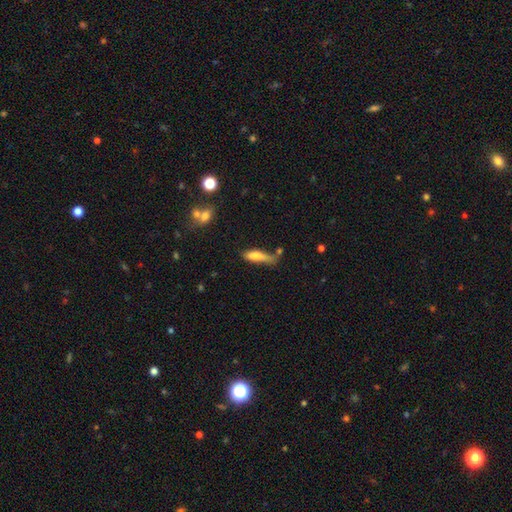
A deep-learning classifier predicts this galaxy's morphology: Smooth or featured?
  - smooth: 73% *
  - featured or disk: 19%
  - star or artifact: 8%
How rounded?
  - cigar-shaped: 63% *
  - in between: 35%
  - round: 2%
Merging?
  - none: 34% *
  - minor disturbance: 31%
  - major disturbance: 19%
  - merger: 16%